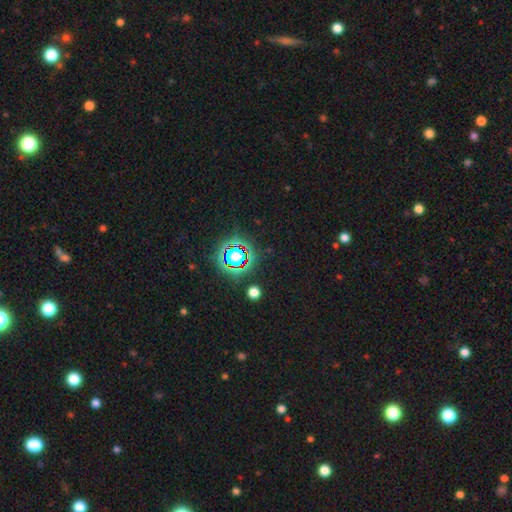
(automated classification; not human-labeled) Smooth or featured: star or artifact — 81% (smooth — 12%)